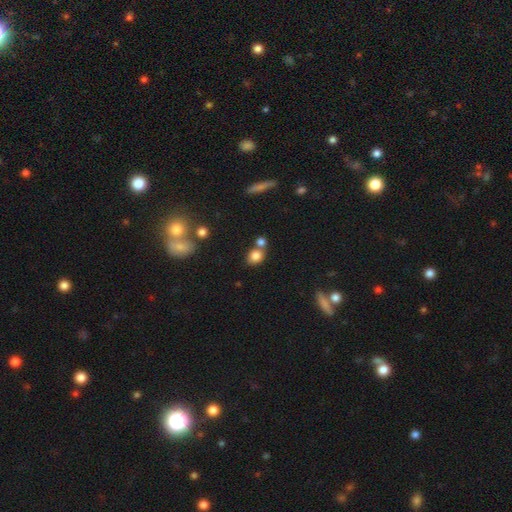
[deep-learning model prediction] The model was most divided on "how rounded": round: 57%, in between: 41%, cigar-shaped: 2%. More confident: smooth or featured — smooth (81%); merging — none (56%).